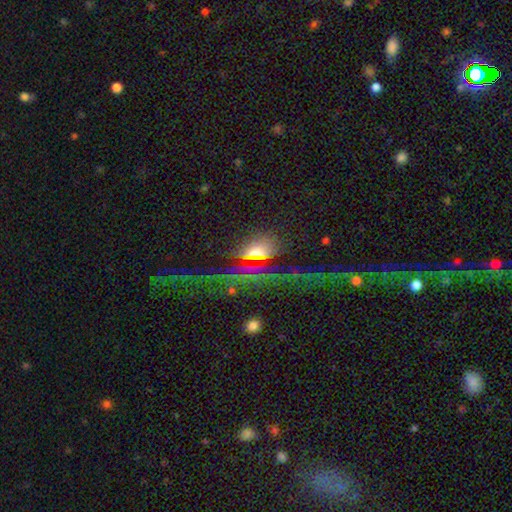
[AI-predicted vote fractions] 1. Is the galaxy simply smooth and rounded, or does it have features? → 43% star or artifact, 39% smooth, 18% featured or disk.